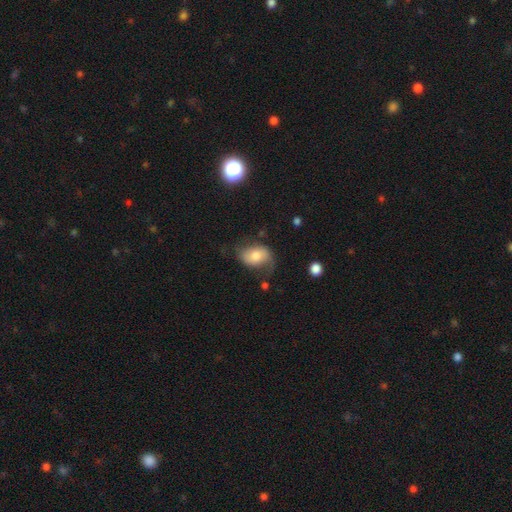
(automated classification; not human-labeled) This appears to be a smooth galaxy with no disk features (52%) that is in between round and cigar-shaped (79%). Merging: none (51%).